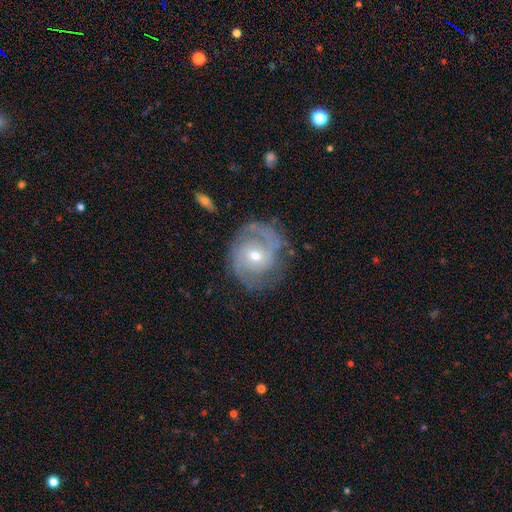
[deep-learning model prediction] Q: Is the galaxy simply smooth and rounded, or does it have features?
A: featured or disk — 82%.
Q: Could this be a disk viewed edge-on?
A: no — 97%.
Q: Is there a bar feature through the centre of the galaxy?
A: no — 54%.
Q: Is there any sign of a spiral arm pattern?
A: yes — 93%.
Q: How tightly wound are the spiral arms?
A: tight — 43%.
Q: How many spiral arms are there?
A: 2 — 67%.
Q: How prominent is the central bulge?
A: moderate — 52%.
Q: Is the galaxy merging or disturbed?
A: none — 72%.